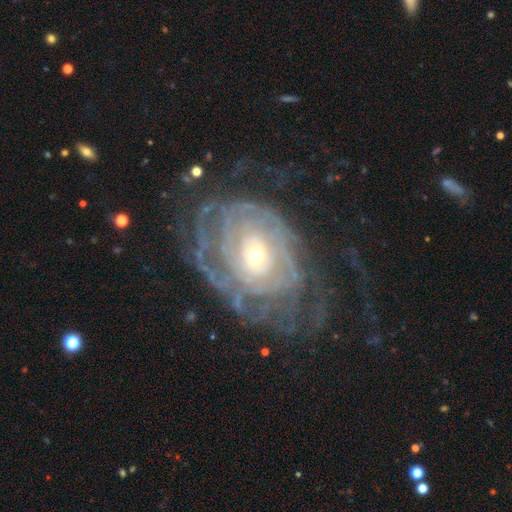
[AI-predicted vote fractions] Smooth or featured?
  - featured or disk: 86% *
  - smooth: 7%
  - star or artifact: 6%
Edge-on disk?
  - no: 96% *
  - yes: 4%
Bar?
  - no: 72% *
  - weak: 21%
  - strong: 7%
Spiral arms?
  - yes: 88% *
  - no: 12%
Spiral winding?
  - tight: 69% *
  - medium: 21%
  - loose: 9%
Spiral arm count?
  - can't tell: 46% *
  - 2: 14%
  - more than 4: 12%
  - 3: 11%
  - 4: 10%
  - 1: 7%
Bulge size?
  - small: 48% *
  - moderate: 46%
  - large: 3%
  - dominant: 1%
  - none: 1%
Merging?
  - none: 55% *
  - major disturbance: 24%
  - minor disturbance: 20%
  - merger: 2%